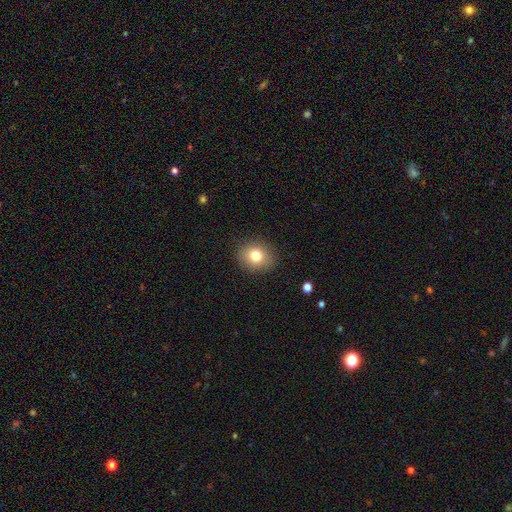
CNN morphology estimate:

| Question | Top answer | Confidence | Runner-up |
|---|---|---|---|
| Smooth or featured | smooth | 79% | star or artifact (10%) |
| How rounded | round | 69% | in between (30%) |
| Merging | none | 88% | minor disturbance (8%) |